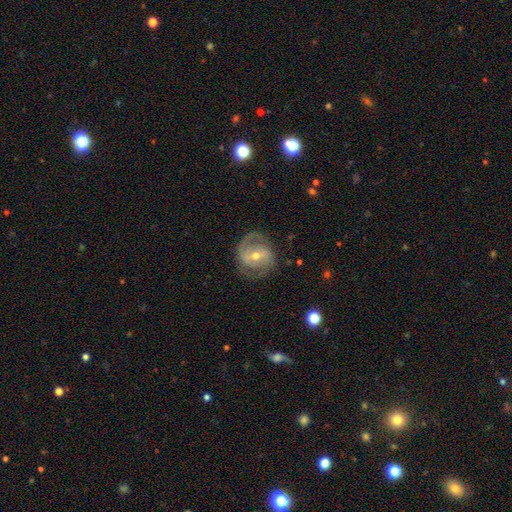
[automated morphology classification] The model was most divided on "bulge size": moderate: 50%, small: 46%, large: 2%, none: 1%, dominant: 1%. Remaining: edge-on disk — no (97%); spiral arms — yes (92%); spiral arm count — 2 (82%); smooth or featured — featured or disk (82%); merging — none (76%); spiral winding — medium (48%); bar — weak (44%).